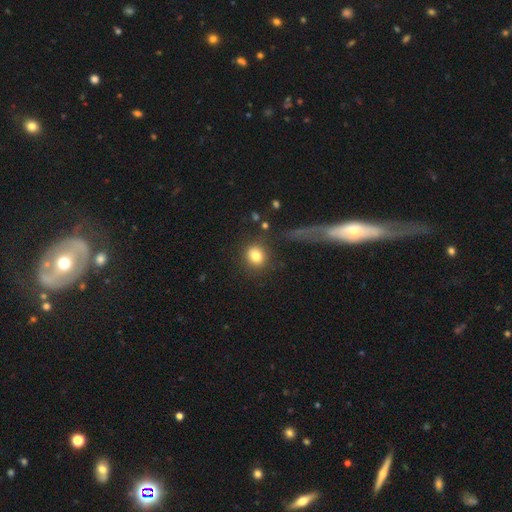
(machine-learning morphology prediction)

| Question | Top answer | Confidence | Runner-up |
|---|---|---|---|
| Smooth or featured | smooth | 82% | star or artifact (10%) |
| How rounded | round | 78% | in between (20%) |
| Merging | none | 83% | minor disturbance (9%) |